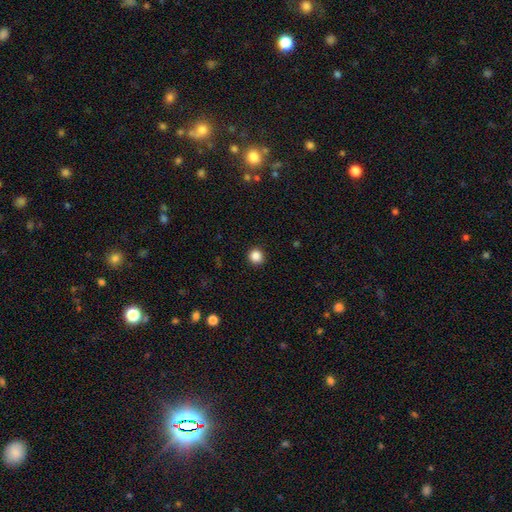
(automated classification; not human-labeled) smooth-or-featured: smooth: 86% | star or artifact: 11% | featured or disk: 3%
  how-rounded: round: 94% | in between: 5% | cigar-shaped: 1%
  merging: none: 93% | minor disturbance: 5% | major disturbance: 2% | merger: 1%